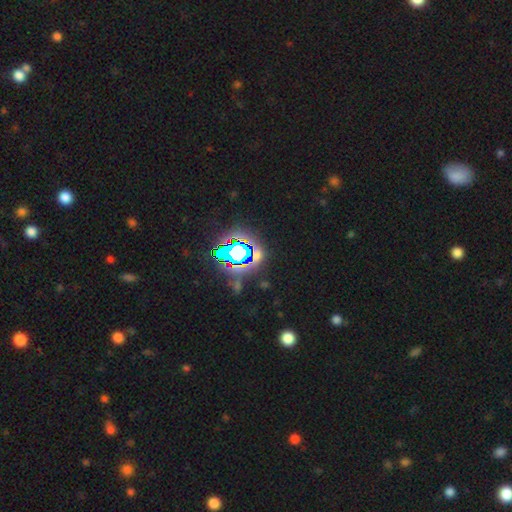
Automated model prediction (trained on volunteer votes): smooth_or_featured: star or artifact (p=0.71) [alt: smooth p=0.15]